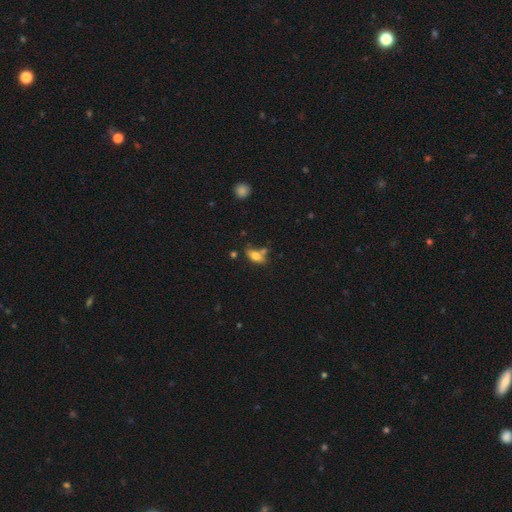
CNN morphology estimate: smooth-or-featured: smooth: 69% | featured or disk: 21% | star or artifact: 9%
  how-rounded: in between: 82% | cigar-shaped: 14% | round: 5%
  merging: none: 52% | merger: 22% | minor disturbance: 19% | major disturbance: 7%